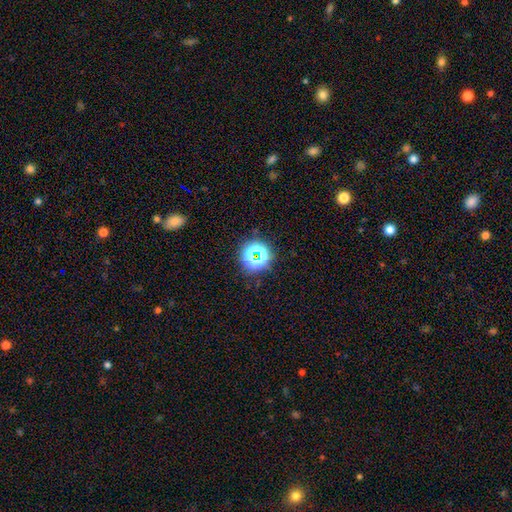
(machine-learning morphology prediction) Smooth or featured: star or artifact — 58% (smooth — 31%)